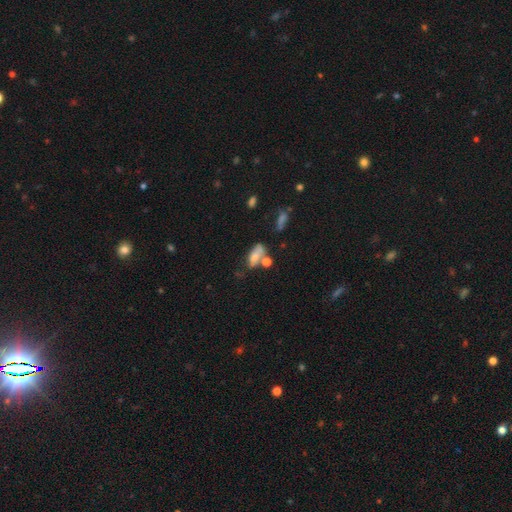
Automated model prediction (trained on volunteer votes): This is likely a smooth galaxy (67%). How rounded: likely in between (77%). Merging: marginally none (34%).